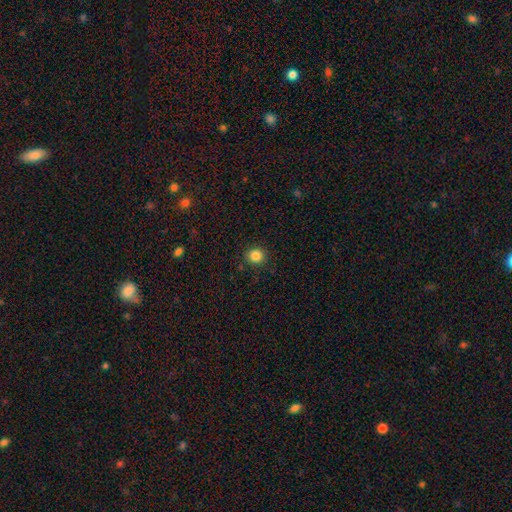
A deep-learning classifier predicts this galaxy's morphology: A smooth galaxy with no disk features (85%) that is round (90%). Merging: none (90%).